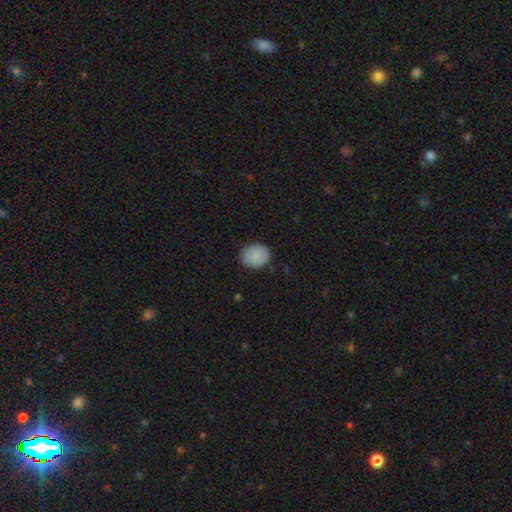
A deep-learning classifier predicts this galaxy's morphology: Smooth or featured? smooth (86%)
How rounded? round (73%)
Merging? none (84%)